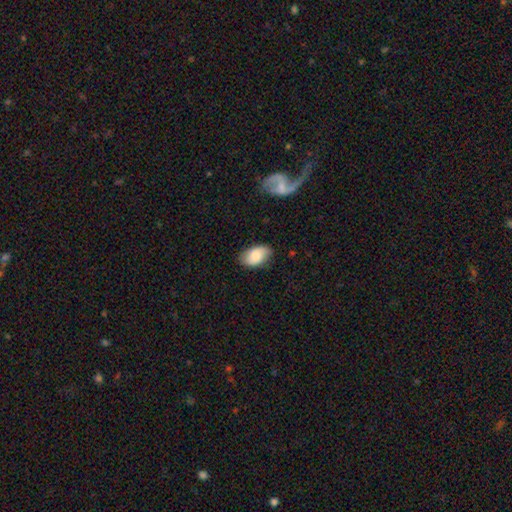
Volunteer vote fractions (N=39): smooth 69%, featured or disk 21%, star or artifact 10%. Down the decision tree: how rounded — in between (96%); merging — none (69%).